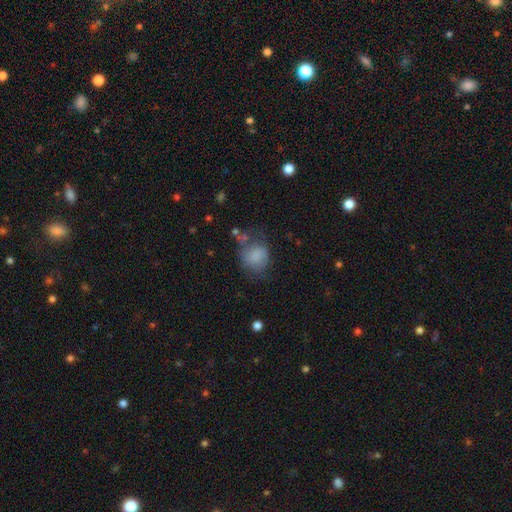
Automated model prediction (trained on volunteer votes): Smooth or featured: smooth — 77% (featured or disk — 14%)
How rounded: round — 71% (in between — 28%)
Merging: none — 49% (minor disturbance — 27%)